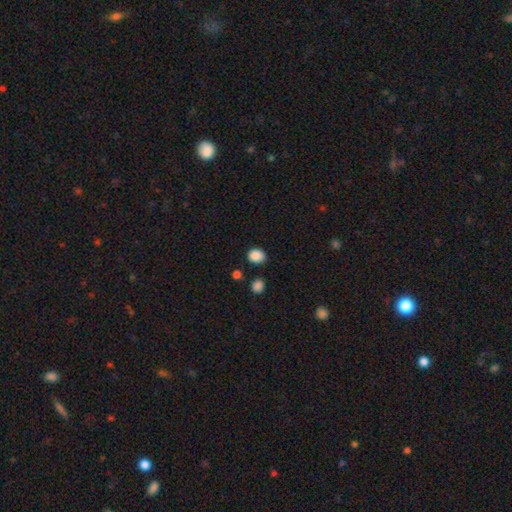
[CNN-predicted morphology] Overall: smooth (87%). How rounded: round (56%; in between 43%). Merging: none (79%).